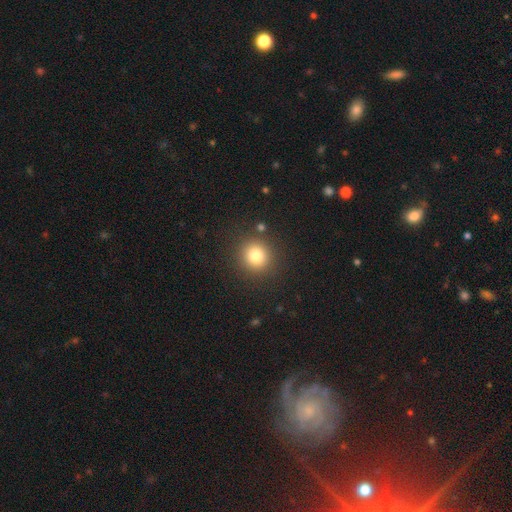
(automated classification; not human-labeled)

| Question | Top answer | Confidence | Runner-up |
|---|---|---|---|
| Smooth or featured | smooth | 80% | star or artifact (12%) |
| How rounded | round | 92% | in between (7%) |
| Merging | none | 88% | minor disturbance (7%) |